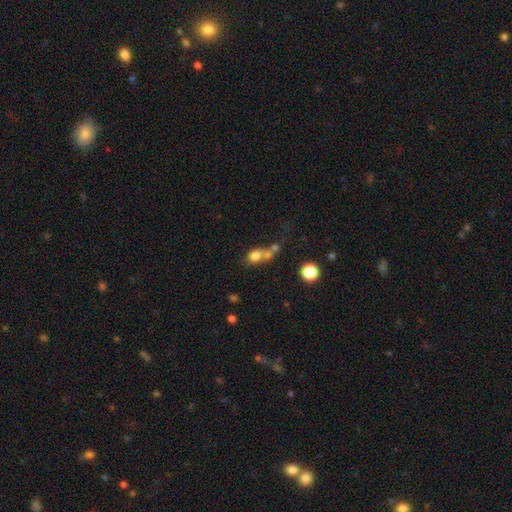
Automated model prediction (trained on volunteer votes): smooth-or-featured: smooth: 73% | featured or disk: 15% | star or artifact: 13%
  how-rounded: round: 68% | in between: 31% | cigar-shaped: 2%
  merging: merger: 54% | none: 31% | minor disturbance: 9% | major disturbance: 6%